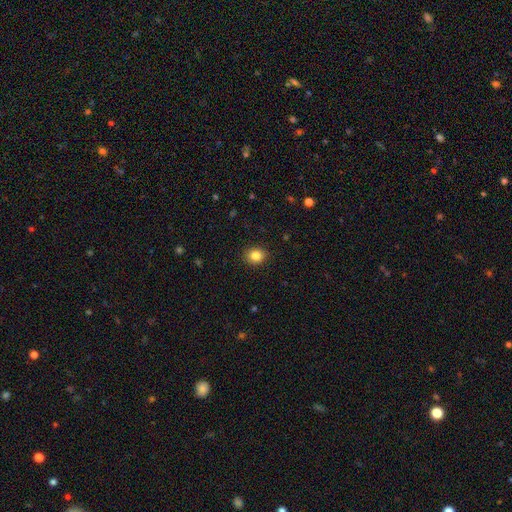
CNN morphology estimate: Smooth or featured? Predicted: smooth (p=0.86). How rounded? Predicted: round (p=0.71). Merging? Predicted: none (p=0.90).